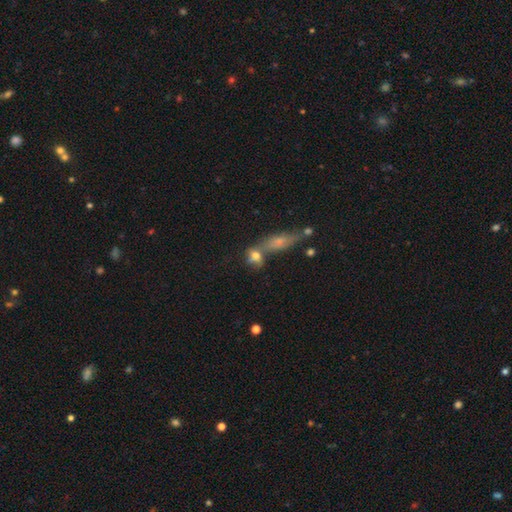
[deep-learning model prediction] Smooth or featured? Predicted: smooth (p=0.70). How rounded? Predicted: in between (p=0.47). Merging? Predicted: none (p=0.42).